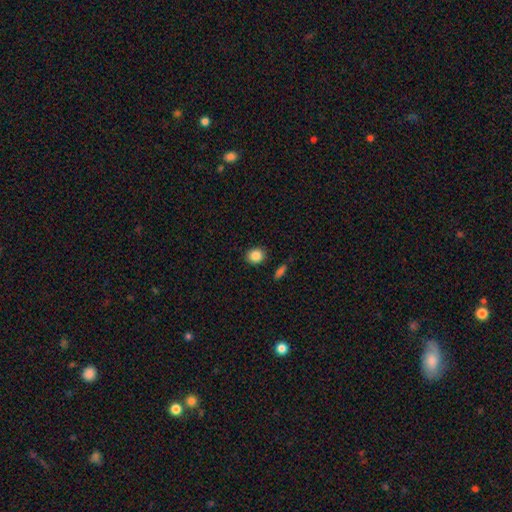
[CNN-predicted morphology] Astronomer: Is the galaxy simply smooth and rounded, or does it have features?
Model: smooth — 87%.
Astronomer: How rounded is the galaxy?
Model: round — 73%.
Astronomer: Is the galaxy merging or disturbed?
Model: none — 88%.